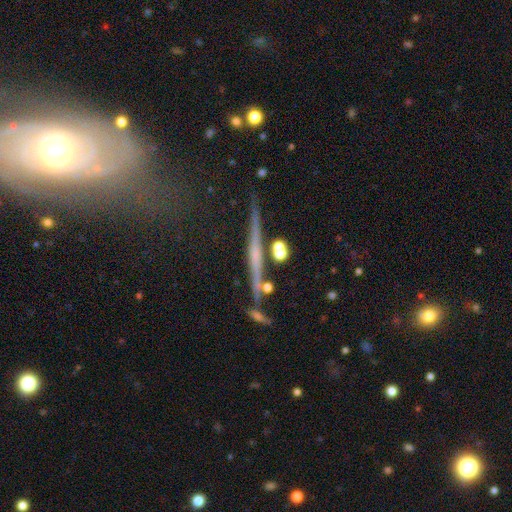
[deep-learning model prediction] This is likely a featured or disk galaxy (68%). It is clearly viewed edge-on (96%). Edge-on bulge: possibly none (54%). Merging: likely none (79%).